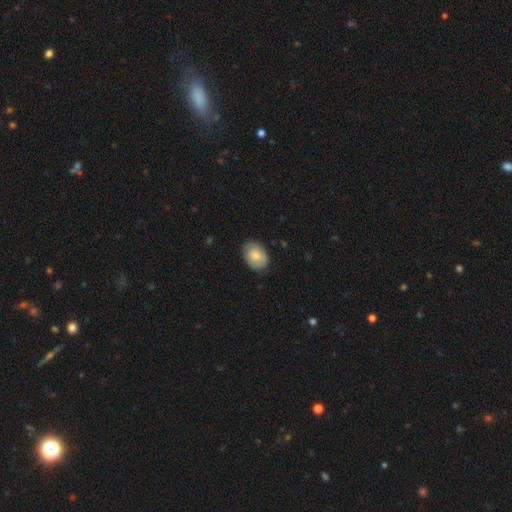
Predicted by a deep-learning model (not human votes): This is likely a smooth galaxy (75%). How rounded: likely in between (75%). Merging: likely none (76%).